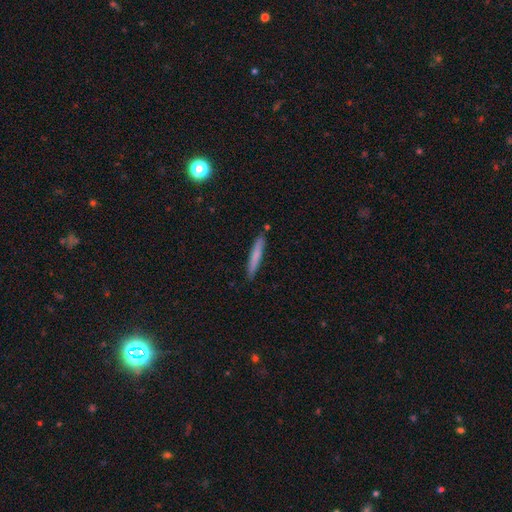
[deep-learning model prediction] The model was most divided on "smooth or featured": smooth: 72%, featured or disk: 22%, star or artifact: 6%. More confident: how rounded — cigar-shaped (95%); merging — none (87%).